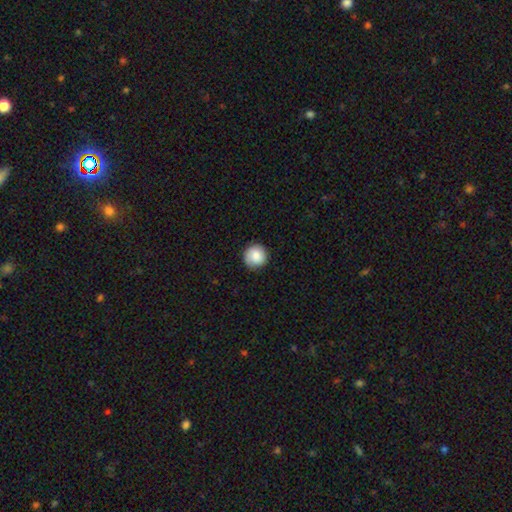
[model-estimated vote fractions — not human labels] A smooth galaxy with no disk features (81%) that is round (94%). Merging: none (85%).